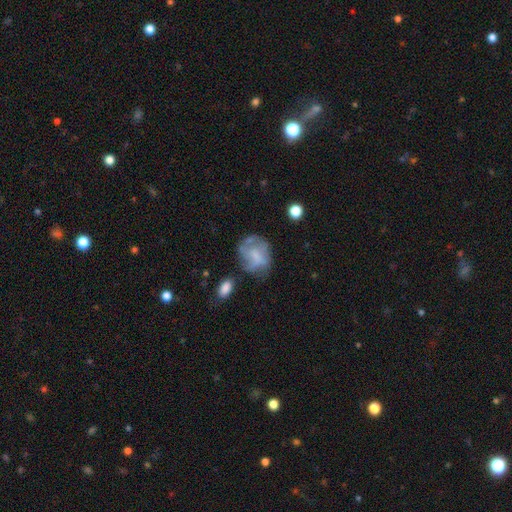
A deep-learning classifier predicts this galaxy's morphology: A smooth galaxy with no disk features (46%).

Vote fractions:
- Smooth or featured? smooth: 46% / featured or disk: 44% / star or artifact: 10%
- Merging? none: 46% / minor disturbance: 26% / major disturbance: 22% / merger: 6%